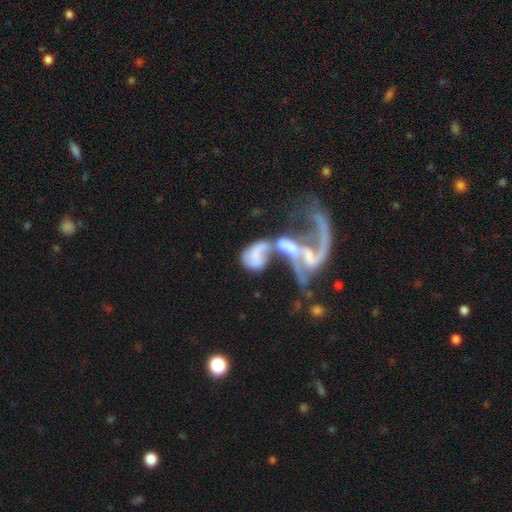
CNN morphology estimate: Smooth or featured? featured or disk (58%)
Edge-on disk? no (96%)
Bar? no (62%)
Spiral arms? yes (59%)
Bulge size? none (50%)
Merging? merger (72%)